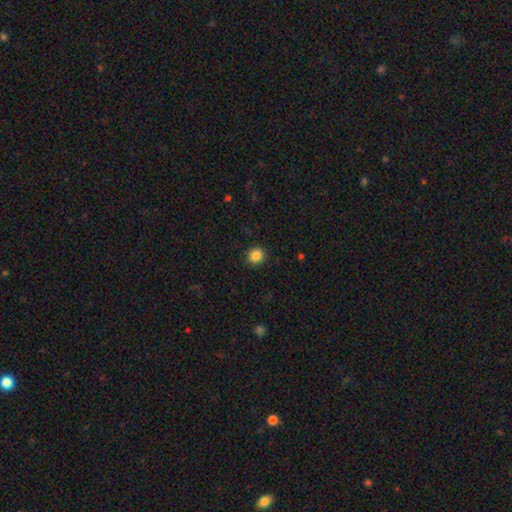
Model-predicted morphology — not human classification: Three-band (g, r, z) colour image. It shows a smooth galaxy with no disk features (86%) that is round (88%). Merging: none (91%).